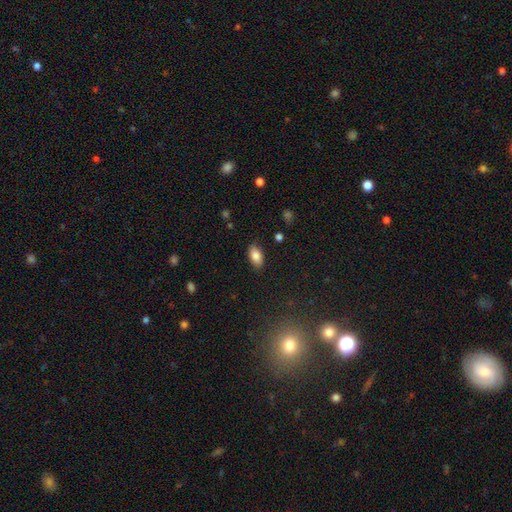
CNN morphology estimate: smooth-or-featured: smooth: 85% | star or artifact: 8% | featured or disk: 8%
  how-rounded: in between: 92% | cigar-shaped: 5% | round: 4%
  merging: none: 86% | minor disturbance: 10% | major disturbance: 2% | merger: 1%